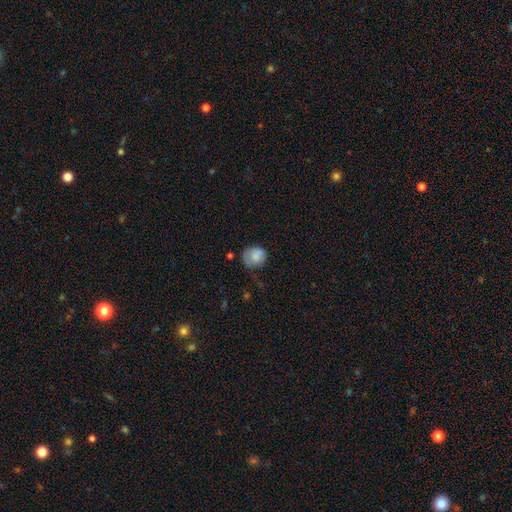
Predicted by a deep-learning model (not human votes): Q: Smooth or featured?
A: smooth (79%); runner-up: featured or disk (13%)
Q: How rounded?
A: round (68%); runner-up: in between (31%)
Q: Merging?
A: none (53%); runner-up: minor disturbance (32%)